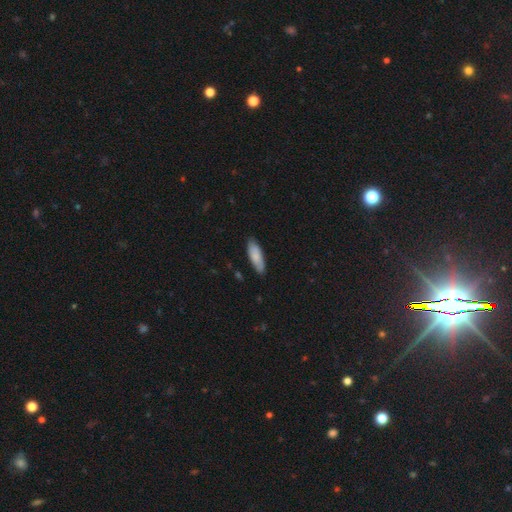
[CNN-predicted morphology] The model was most divided on "how rounded": in between: 62%, cigar-shaped: 37%, round: 2%. More confident: merging — none (83%); smooth or featured — smooth (80%).